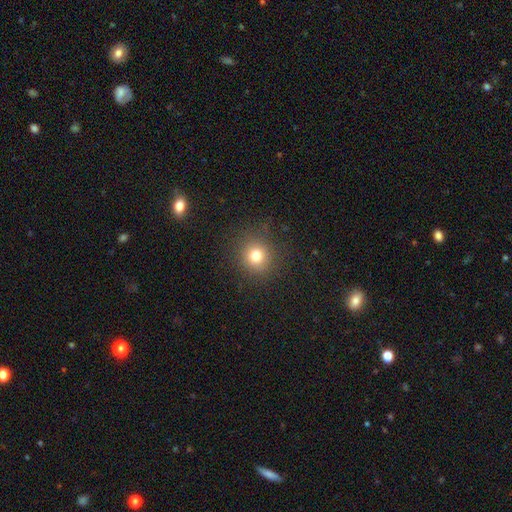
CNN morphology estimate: The model was most divided on "smooth or featured": smooth: 77%, star or artifact: 15%, featured or disk: 8%. More confident: how rounded — round (91%); merging — none (88%).